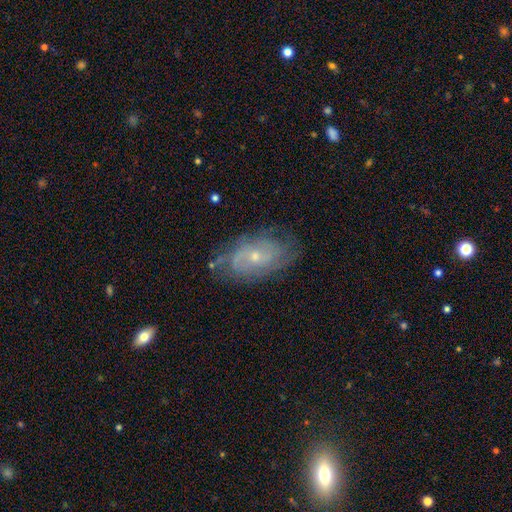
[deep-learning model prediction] A featured or disk galaxy (64%) with no bar (70%), tight (59%) spiral arms (86%) and a small central bulge (68%). Merging: none (78%).